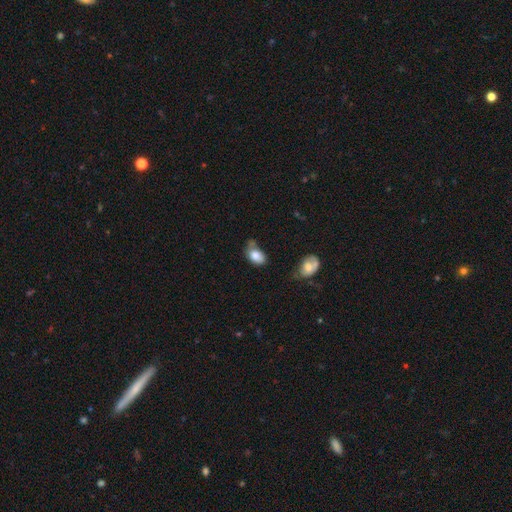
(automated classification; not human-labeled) Smooth or featured?
  - smooth: 82% *
  - featured or disk: 10%
  - star or artifact: 8%
How rounded?
  - in between: 86% *
  - round: 13%
  - cigar-shaped: 1%
Merging?
  - none: 40% *
  - minor disturbance: 35%
  - major disturbance: 13%
  - merger: 12%